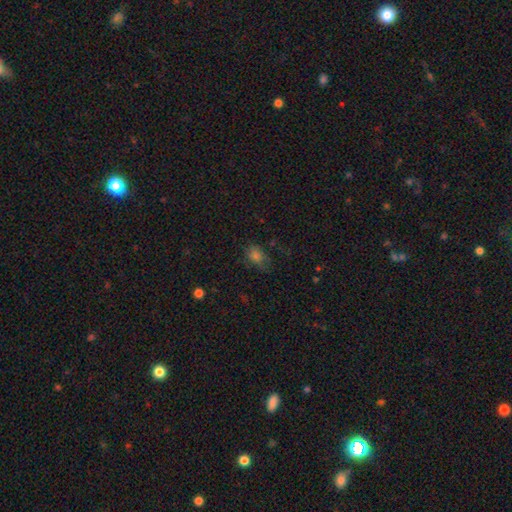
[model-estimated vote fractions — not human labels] Smooth or featured?
  - smooth: 69% *
  - star or artifact: 20%
  - featured or disk: 10%
How rounded?
  - in between: 70% *
  - round: 27%
  - cigar-shaped: 2%
Merging?
  - none: 62% *
  - minor disturbance: 24%
  - major disturbance: 11%
  - merger: 2%